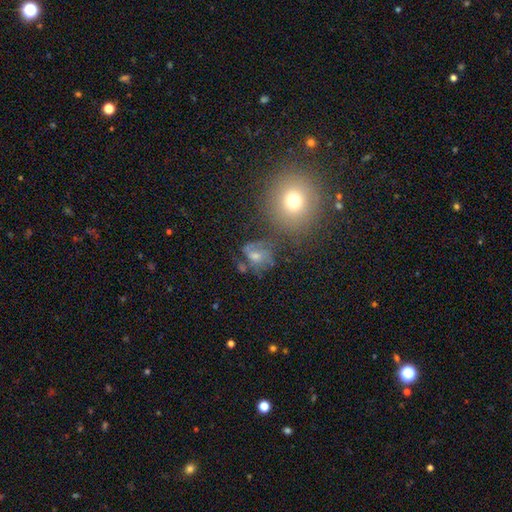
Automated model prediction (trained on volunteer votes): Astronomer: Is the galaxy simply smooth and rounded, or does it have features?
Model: smooth — 42% (runner-up: featured or disk, 40%).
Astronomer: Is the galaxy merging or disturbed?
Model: none — 43% (runner-up: major disturbance, 21%).